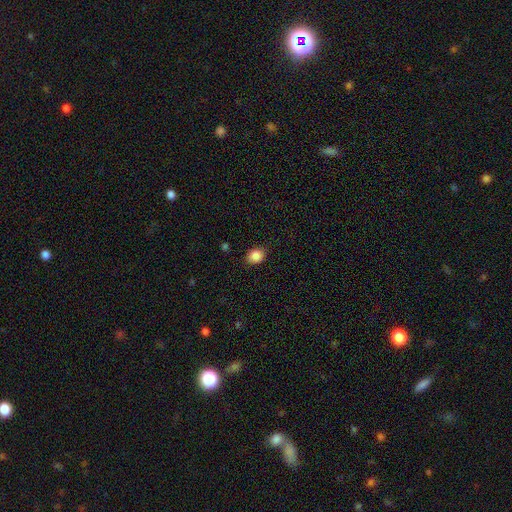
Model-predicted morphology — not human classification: Smooth or featured? Predicted: smooth (p=0.87). How rounded? Predicted: round (p=0.56). Merging? Predicted: none (p=0.85).